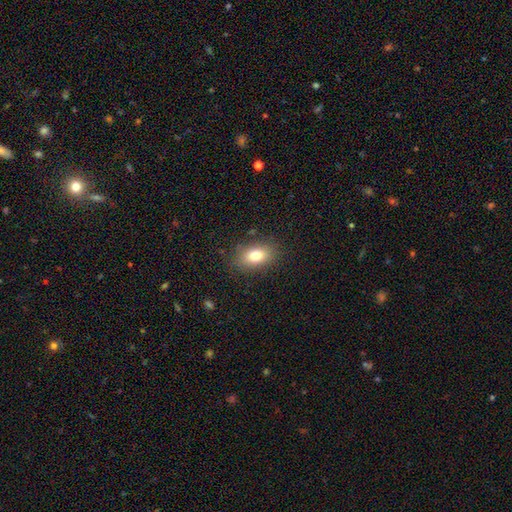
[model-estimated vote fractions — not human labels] Q: Smooth or featured?
A: smooth (78%); runner-up: featured or disk (12%)
Q: How rounded?
A: in between (83%); runner-up: round (15%)
Q: Merging?
A: none (84%); runner-up: minor disturbance (11%)